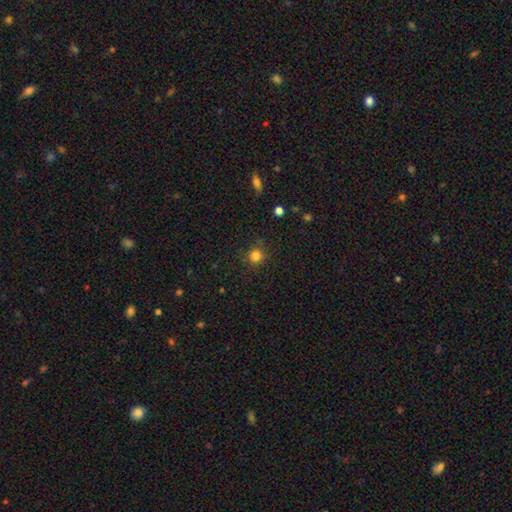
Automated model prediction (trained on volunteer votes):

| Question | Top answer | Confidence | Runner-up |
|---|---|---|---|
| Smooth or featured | smooth | 82% | star or artifact (13%) |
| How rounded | round | 93% | in between (6%) |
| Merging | none | 85% | minor disturbance (10%) |